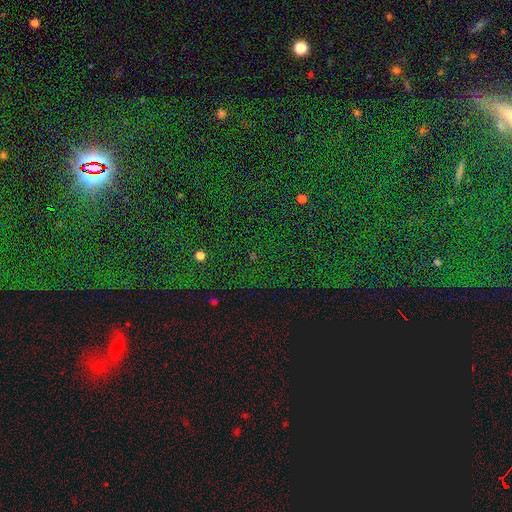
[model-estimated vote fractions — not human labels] Smooth or featured? star or artifact (83%)